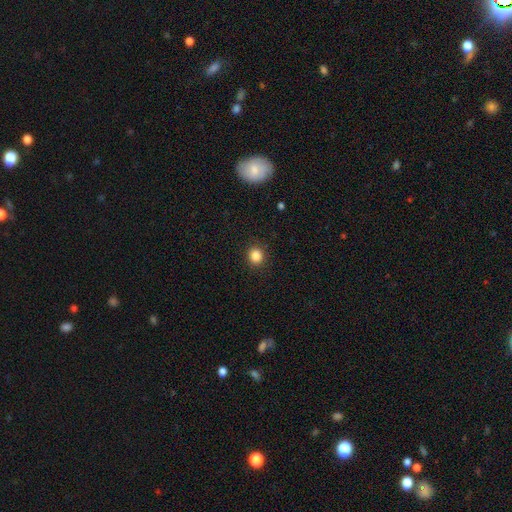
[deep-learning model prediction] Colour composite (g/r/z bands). It shows a smooth galaxy with no disk features (85%) that is round (81%). Merging: none (90%).